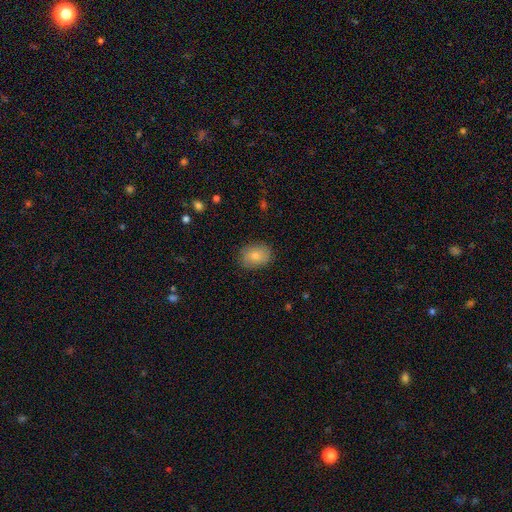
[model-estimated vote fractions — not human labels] This appears to be a smooth galaxy with no disk features (81%) that is in between round and cigar-shaped (66%). Merging: none (83%).